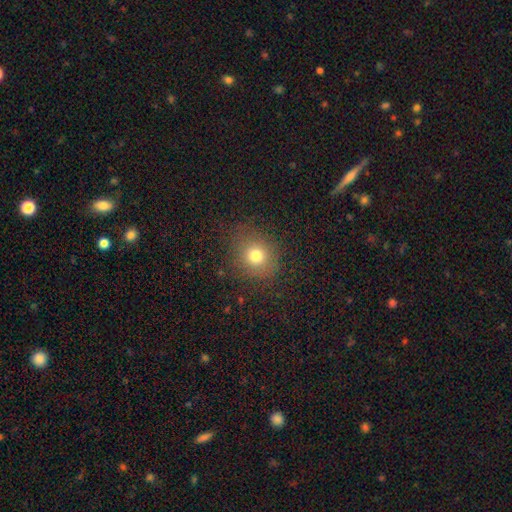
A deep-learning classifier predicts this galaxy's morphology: Smooth or featured? Predicted: smooth (p=0.75). How rounded? Predicted: round (p=0.79). Merging? Predicted: none (p=0.81).